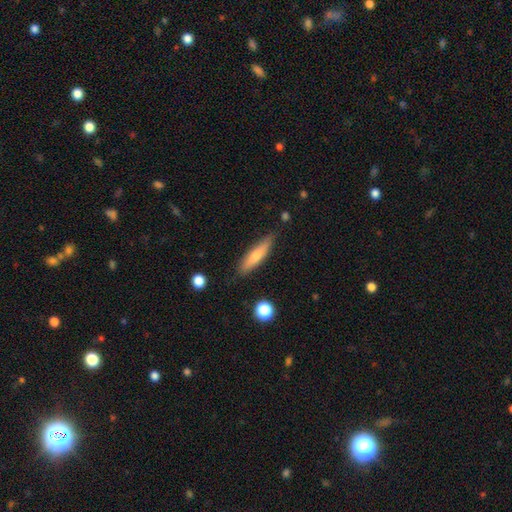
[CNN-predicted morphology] type=smooth (62%); roundness=cigar-shaped (78%); merging=none (83%).